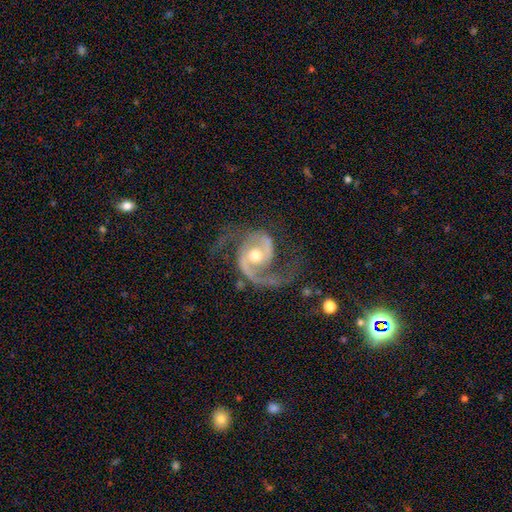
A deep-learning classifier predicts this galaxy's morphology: This appears to be a featured or disk galaxy (92%) with no bar (52%), 2 (91%) medium (59%) spiral arms (98%) and a moderate central bulge (74%). Merging: none (67%).